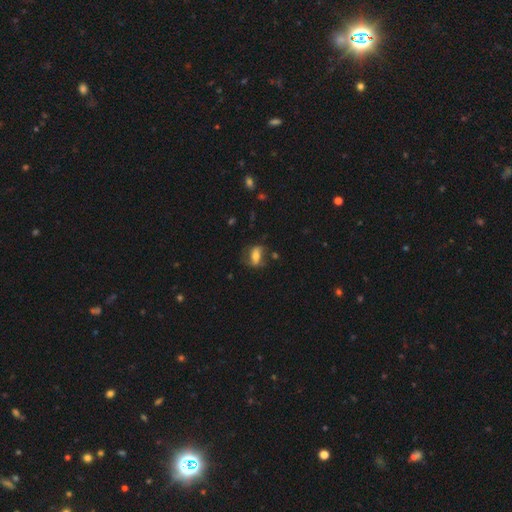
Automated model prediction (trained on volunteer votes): Morphology: type=smooth (54%); roundness=in between (75%); merging=none (59%).